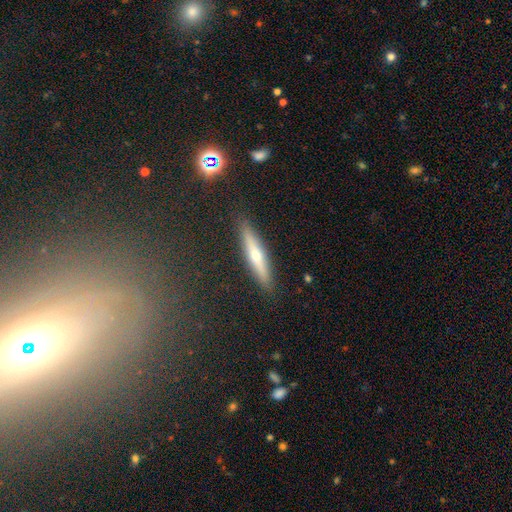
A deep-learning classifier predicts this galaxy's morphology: featured or disk 50%, smooth 43%, star or artifact 7%. Down the decision tree: merging — none (90%).